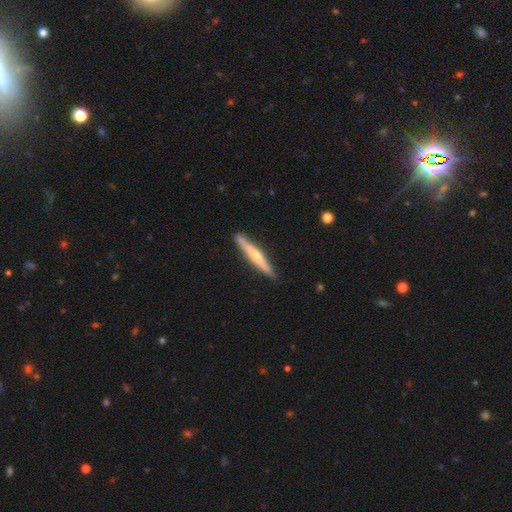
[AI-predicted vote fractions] featured or disk 59%, smooth 36%, star or artifact 5%. Down the decision tree: edge-on disk — yes (96%); edge-on bulge — rounded (78%); merging — none (88%).